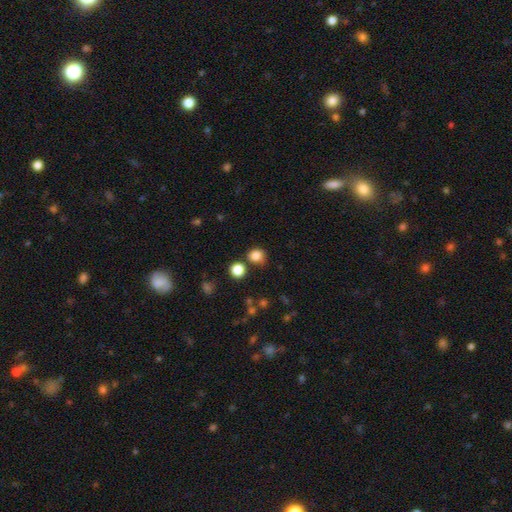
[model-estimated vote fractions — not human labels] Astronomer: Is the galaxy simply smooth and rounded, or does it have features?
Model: smooth — 83%.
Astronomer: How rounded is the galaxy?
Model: round — 82%.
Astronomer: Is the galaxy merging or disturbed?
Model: none — 75%.